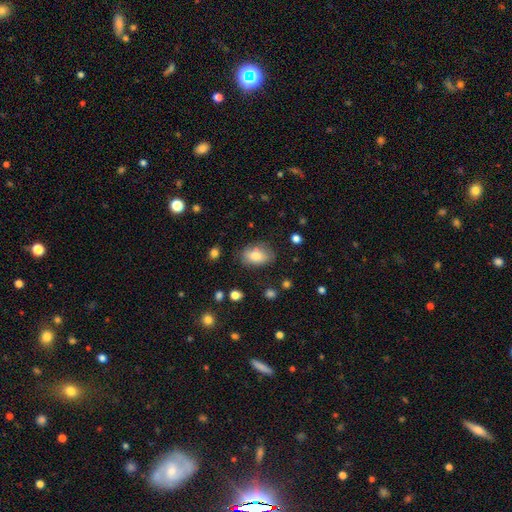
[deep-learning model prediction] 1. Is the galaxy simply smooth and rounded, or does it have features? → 79% smooth, 13% featured or disk, 8% star or artifact.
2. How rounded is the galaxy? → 87% in between, 12% round, 2% cigar-shaped.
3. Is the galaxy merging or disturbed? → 73% none, 19% minor disturbance, 5% major disturbance, 2% merger.